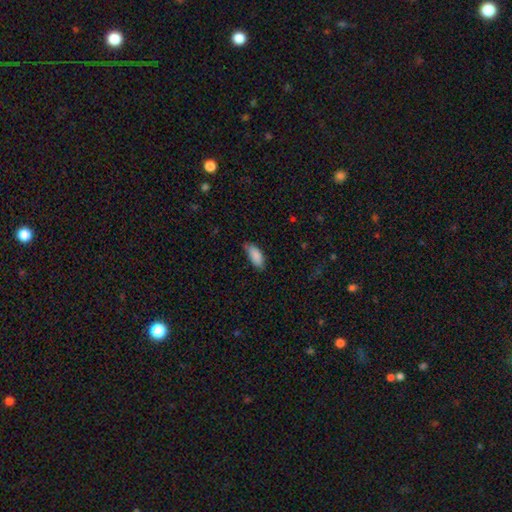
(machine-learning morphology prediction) smooth 88%, star or artifact 6%, featured or disk 6%. Down the decision tree: how rounded — in between (84%); merging — none (64%).